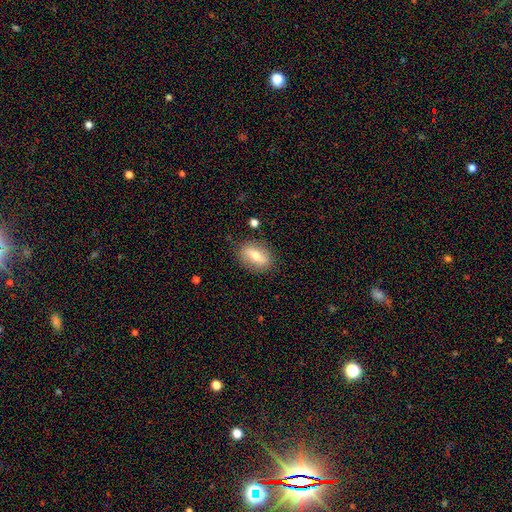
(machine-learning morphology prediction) Smooth or featured: smooth — 61% (featured or disk — 31%)
How rounded: in between — 75% (round — 19%)
Merging: none — 84% (minor disturbance — 11%)